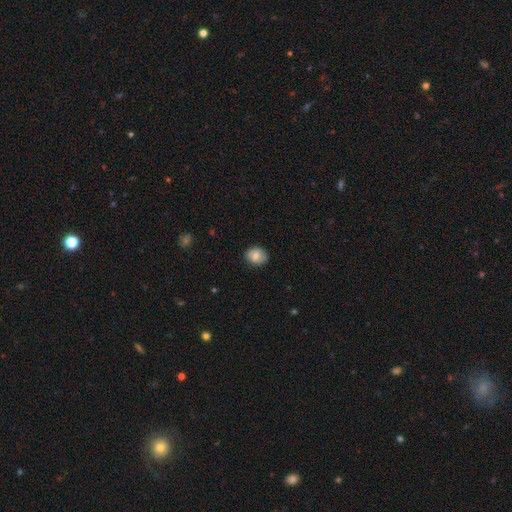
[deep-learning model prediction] Q: Smooth or featured?
A: smooth (79%); runner-up: featured or disk (13%)
Q: How rounded?
A: round (54%); runner-up: in between (45%)
Q: Merging?
A: none (82%); runner-up: minor disturbance (14%)